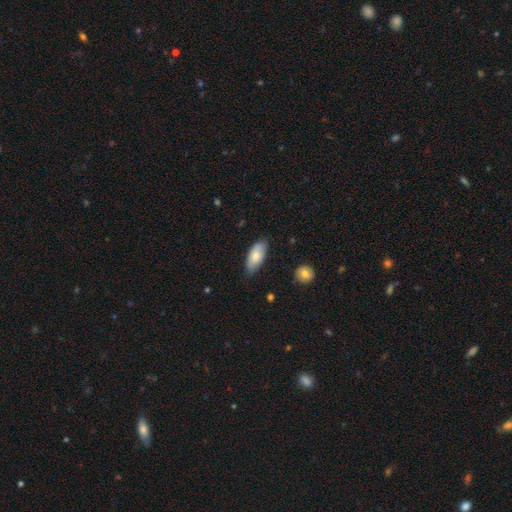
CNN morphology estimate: smooth 76%, featured or disk 19%, star or artifact 6%. Down the decision tree: how rounded — in between (89%); merging — none (77%).